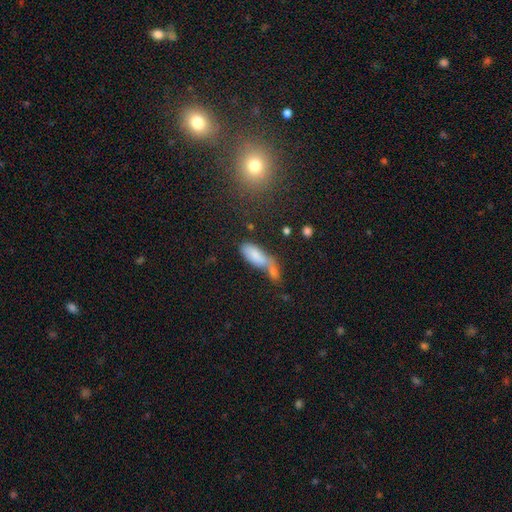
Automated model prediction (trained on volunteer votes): Smooth or featured? Predicted: smooth (p=0.77). How rounded? Predicted: in between (p=0.78). Merging? Predicted: merger (p=0.56).